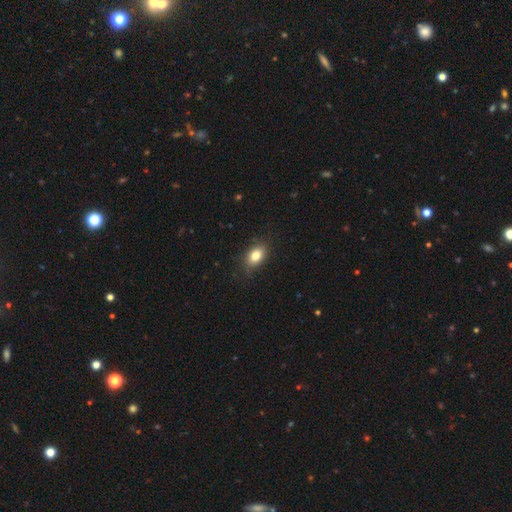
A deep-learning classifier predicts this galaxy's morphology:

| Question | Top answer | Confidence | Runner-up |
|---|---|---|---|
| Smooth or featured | smooth | 82% | featured or disk (10%) |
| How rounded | in between | 83% | round (15%) |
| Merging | none | 82% | minor disturbance (14%) |